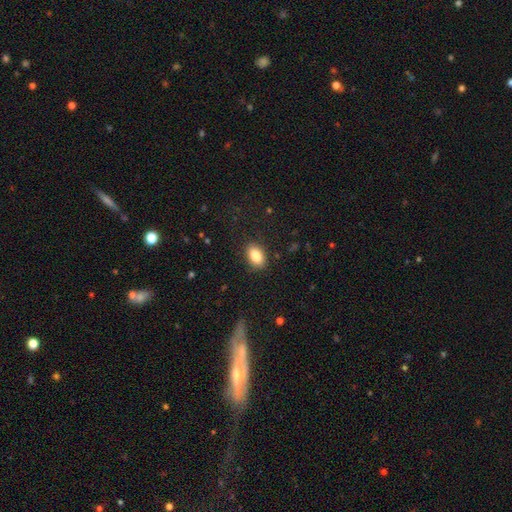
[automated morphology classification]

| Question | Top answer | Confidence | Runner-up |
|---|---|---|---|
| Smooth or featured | smooth | 85% | star or artifact (8%) |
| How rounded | in between | 89% | round (9%) |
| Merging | none | 87% | minor disturbance (9%) |